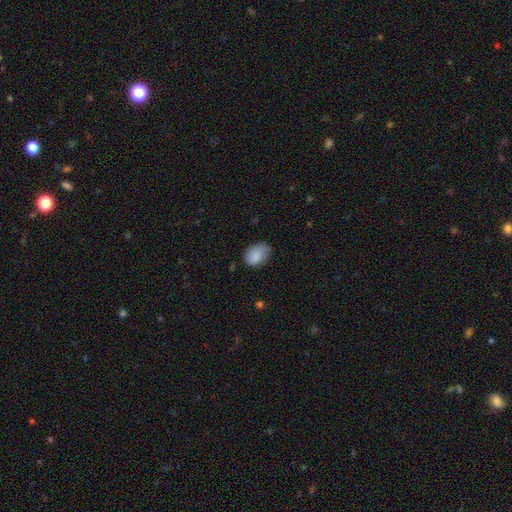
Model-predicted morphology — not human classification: smooth_or_featured: smooth (p=0.85) [alt: featured or disk p=0.08]
how_rounded: in between (p=0.78) [alt: round p=0.20]
merging: none (p=0.57) [alt: minor disturbance p=0.33]